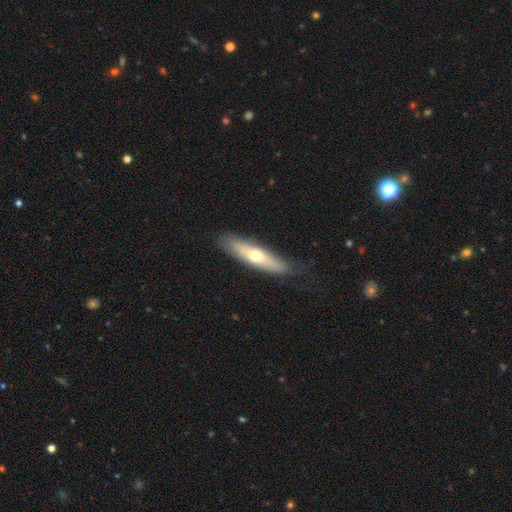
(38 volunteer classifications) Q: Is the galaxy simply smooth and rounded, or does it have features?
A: smooth — 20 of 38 (53%).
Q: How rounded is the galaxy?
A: cigar-shaped — 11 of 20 (55%).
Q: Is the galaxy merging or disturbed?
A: none — 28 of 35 (80%).